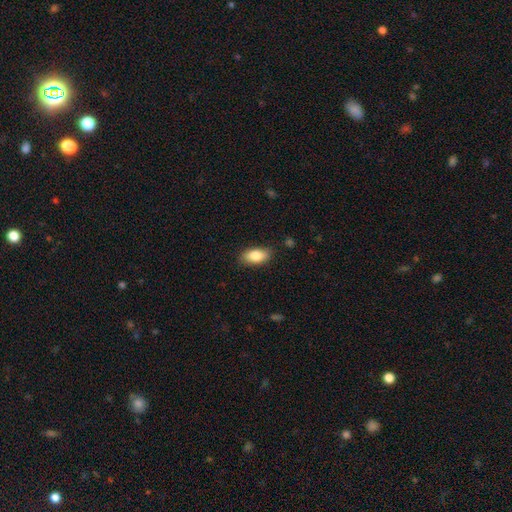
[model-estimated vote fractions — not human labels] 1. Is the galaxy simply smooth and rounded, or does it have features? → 83% smooth, 10% featured or disk, 7% star or artifact.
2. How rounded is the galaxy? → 89% in between, 7% cigar-shaped, 4% round.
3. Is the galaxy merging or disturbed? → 85% none, 12% minor disturbance, 3% major disturbance, 1% merger.